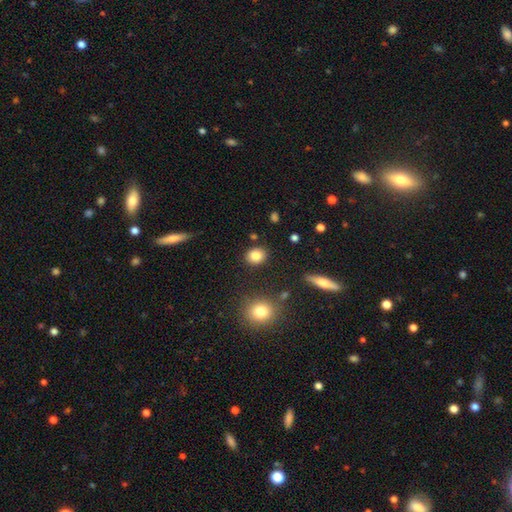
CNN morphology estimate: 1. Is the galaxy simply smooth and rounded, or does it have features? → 83% smooth, 10% star or artifact, 7% featured or disk.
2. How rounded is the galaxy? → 66% round, 32% in between, 1% cigar-shaped.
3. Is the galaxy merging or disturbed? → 87% none, 8% minor disturbance, 3% merger, 2% major disturbance.